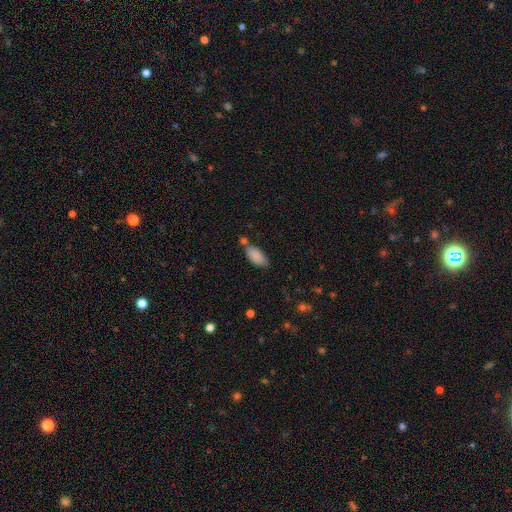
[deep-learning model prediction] Morphology: type=smooth (88%); roundness=in between (90%); merging=none (63%).